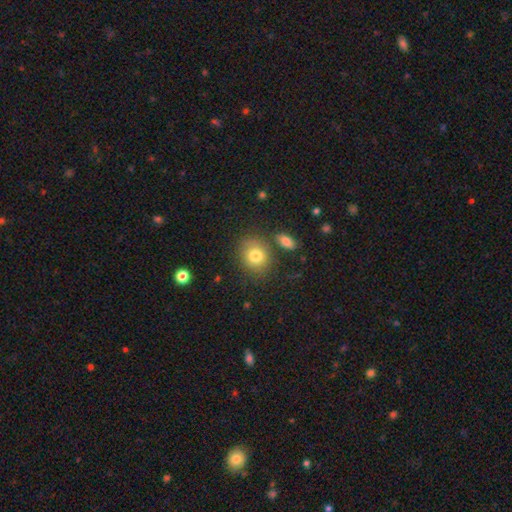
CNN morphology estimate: A smooth galaxy with no disk features (79%) that is round (71%). Merging: none (75%).